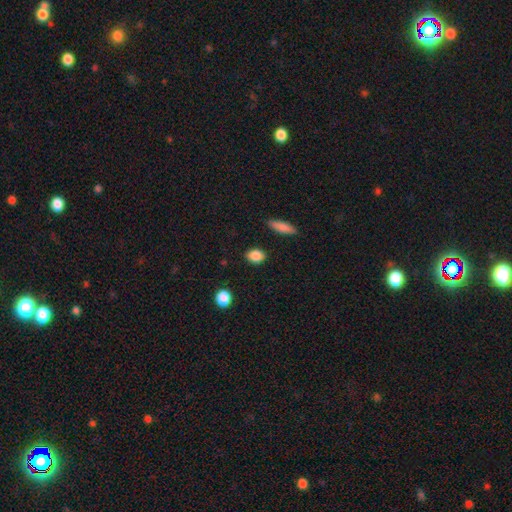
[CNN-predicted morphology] Smooth or featured? smooth (87%)
How rounded? in between (59%)
Merging? none (88%)